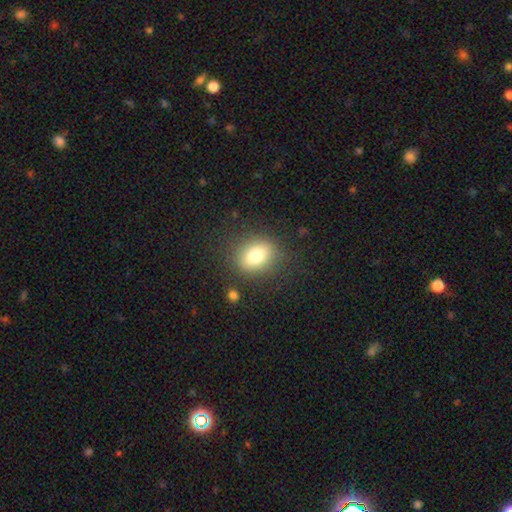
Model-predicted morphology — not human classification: The model was most divided on "how rounded": in between: 51%, round: 48%, cigar-shaped: 1%. More confident: merging — none (83%); smooth or featured — smooth (78%).